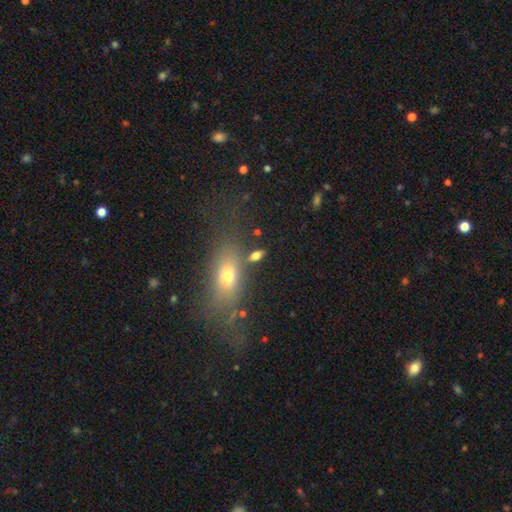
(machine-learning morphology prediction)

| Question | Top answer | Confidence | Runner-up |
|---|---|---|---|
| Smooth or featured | smooth | 72% | featured or disk (15%) |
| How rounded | in between | 77% | cigar-shaped (12%) |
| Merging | none | 73% | minor disturbance (12%) |